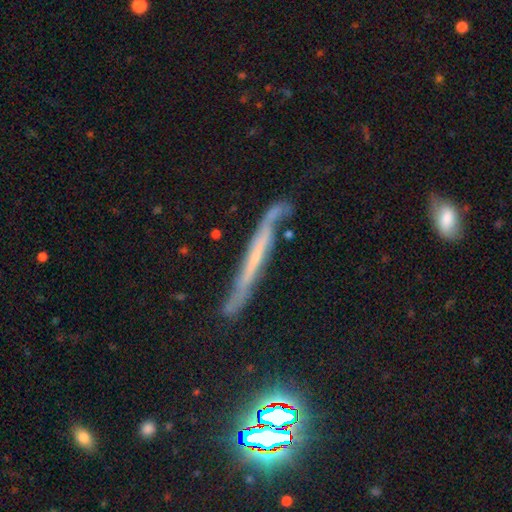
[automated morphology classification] Overall: featured or disk (63%; smooth 23%). Edge-on disk: yes (81%). Edge-on bulge: none (73%). Merging: none (61%; minor disturbance 26%).